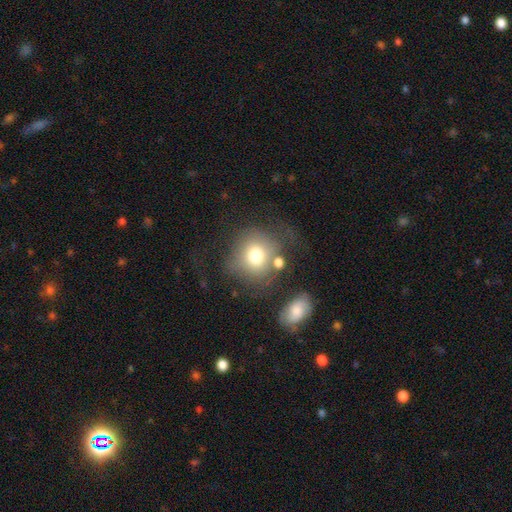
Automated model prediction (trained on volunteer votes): The model was most divided on "merging": none: 55%, minor disturbance: 19%, major disturbance: 14%, merger: 12%. More confident: how rounded — round (80%); smooth or featured — smooth (73%).